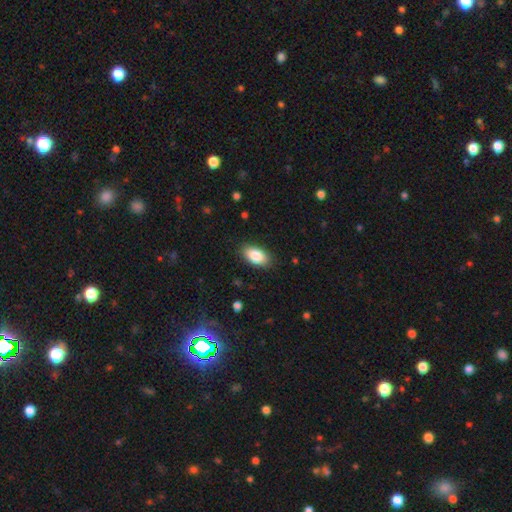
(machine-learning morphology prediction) The model was most divided on "merging": none: 87%, minor disturbance: 10%, major disturbance: 2%, merger: 1%. More confident: how rounded — in between (93%); smooth or featured — smooth (86%).